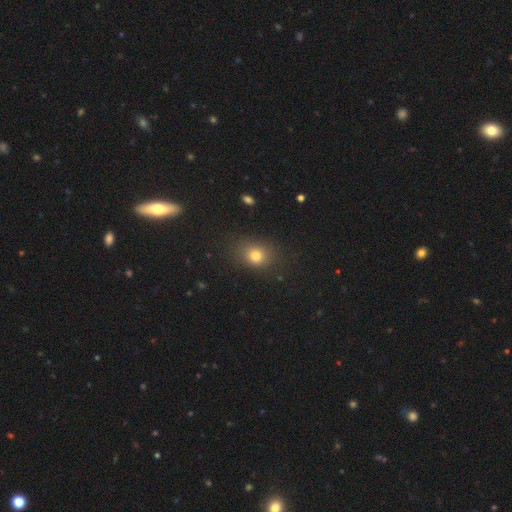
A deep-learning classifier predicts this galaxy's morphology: type=smooth (78%); roundness=round (54%); merging=none (80%).